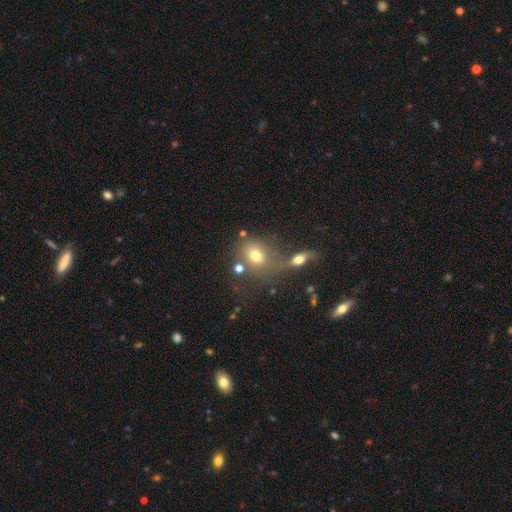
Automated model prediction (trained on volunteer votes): The model was most divided on "how rounded" (2-way tie): round: 49%, in between: 49%, cigar-shaped: 2%. Remaining: smooth or featured — smooth (71%); merging — none (48%).